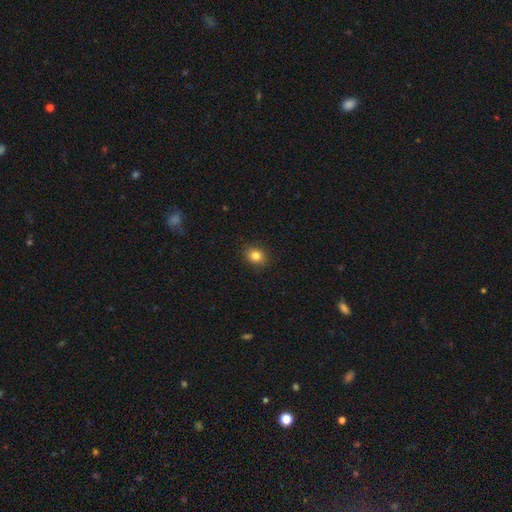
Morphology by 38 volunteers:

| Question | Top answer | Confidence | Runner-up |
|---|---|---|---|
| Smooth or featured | smooth | 89% | featured or disk (5%) |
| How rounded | round | 53% | in between (47%) |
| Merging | none | 92% | minor disturbance (3%) |